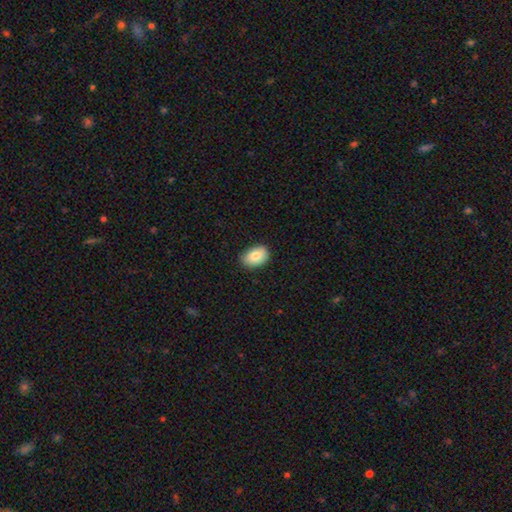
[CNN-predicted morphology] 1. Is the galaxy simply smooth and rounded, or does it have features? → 82% smooth, 11% featured or disk, 7% star or artifact.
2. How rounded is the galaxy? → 84% in between, 15% round, 1% cigar-shaped.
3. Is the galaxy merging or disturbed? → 81% none, 16% minor disturbance, 2% major disturbance, 1% merger.